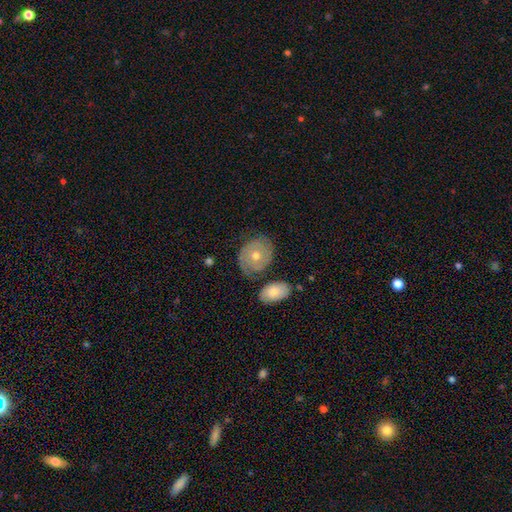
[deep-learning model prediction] Smooth or featured? Predicted: featured or disk (p=0.64). Edge-on disk? Predicted: no (p=0.96). Bar? Predicted: no (p=0.86). Spiral arms? Predicted: yes (p=0.74). Bulge size? Predicted: moderate (p=0.67). Merging? Predicted: none (p=0.69).